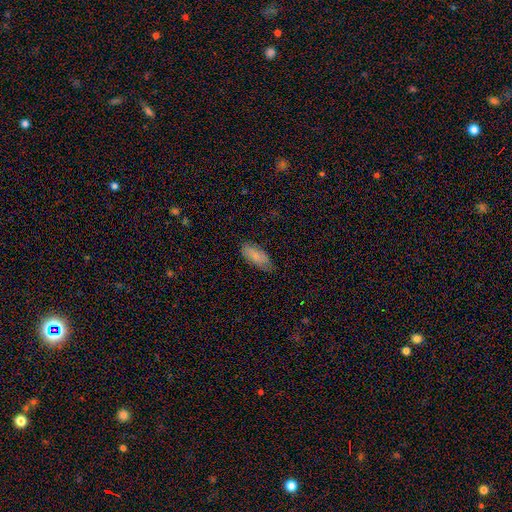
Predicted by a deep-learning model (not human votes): smooth_or_featured: smooth (p=0.81) [alt: featured or disk p=0.13]
how_rounded: in between (p=0.82) [alt: cigar-shaped p=0.16]
merging: none (p=0.70) [alt: minor disturbance p=0.24]